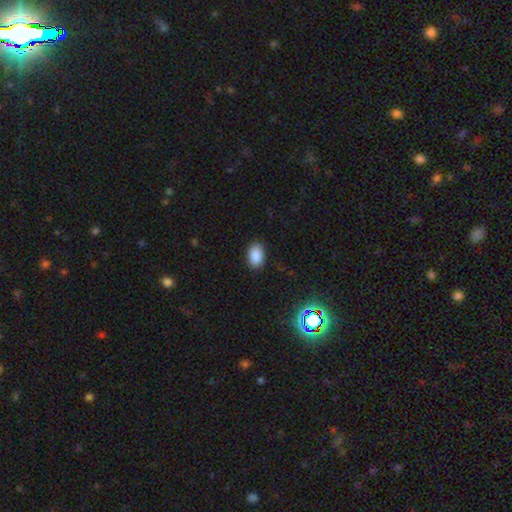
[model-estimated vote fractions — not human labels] A smooth galaxy with no disk features (87%) that is in between round and cigar-shaped (90%).

Vote fractions:
- Smooth or featured? smooth: 87% / star or artifact: 9% / featured or disk: 4%
- How rounded? in between: 90% / round: 9% / cigar-shaped: 1%
- Merging? none: 86% / minor disturbance: 10% / major disturbance: 2% / merger: 1%